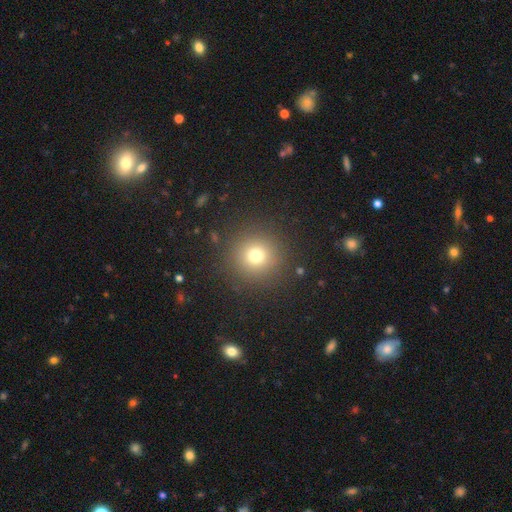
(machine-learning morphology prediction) Overall: smooth (73%). How rounded: round (95%). Merging: none (89%).